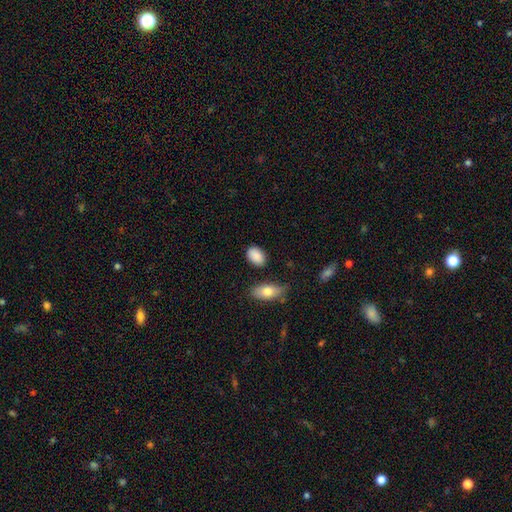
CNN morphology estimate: A smooth galaxy with no disk features (88%) that is in between round and cigar-shaped (85%).

Vote fractions:
- Smooth or featured? smooth: 88% / star or artifact: 7% / featured or disk: 5%
- How rounded? in between: 85% / round: 14% / cigar-shaped: 2%
- Merging? none: 81% / minor disturbance: 13% / merger: 3% / major disturbance: 3%